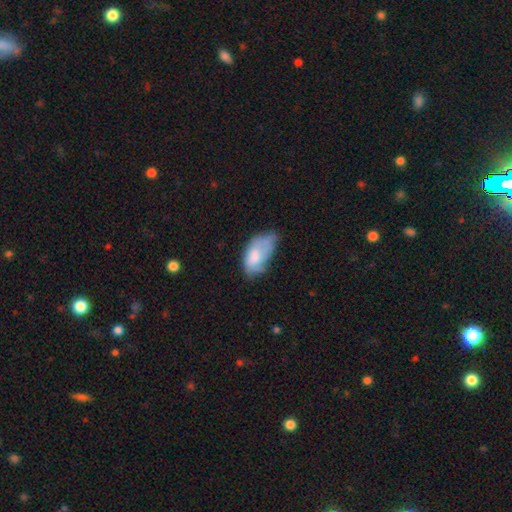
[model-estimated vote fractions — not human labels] The model was most divided on "merging": minor disturbance: 40%, major disturbance: 28%, none: 27%, merger: 6%. More confident: how rounded — in between (93%); smooth or featured — smooth (67%).